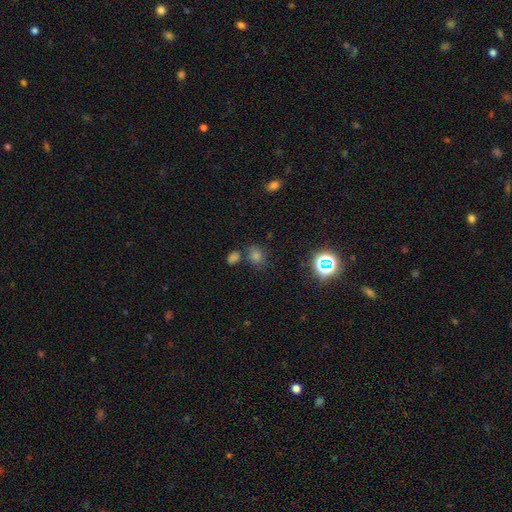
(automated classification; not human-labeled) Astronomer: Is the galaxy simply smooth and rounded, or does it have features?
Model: smooth — 56% (runner-up: star or artifact, 35%).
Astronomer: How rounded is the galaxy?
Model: round — 68%.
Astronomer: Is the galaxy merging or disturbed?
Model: none — 72%.